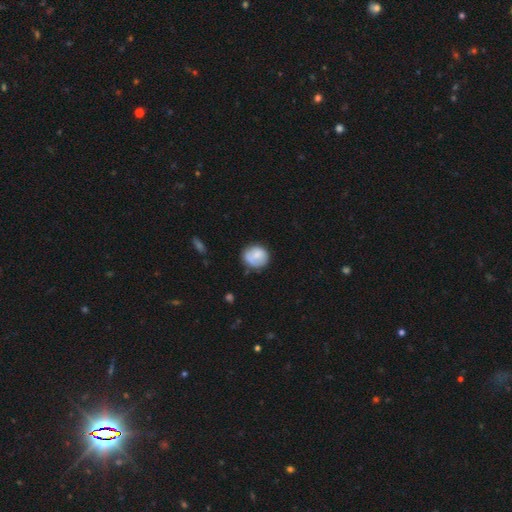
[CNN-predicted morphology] A smooth galaxy with no disk features (73%) that is round (79%). Merging: none (67%).